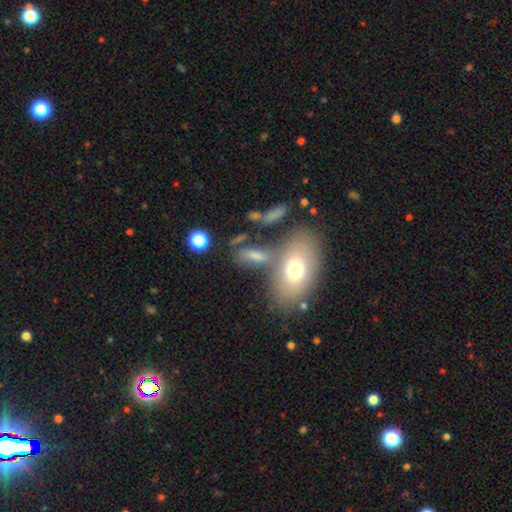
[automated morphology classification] Smooth or featured? smooth (63%)
How rounded? in between (74%)
Merging? none (53%)